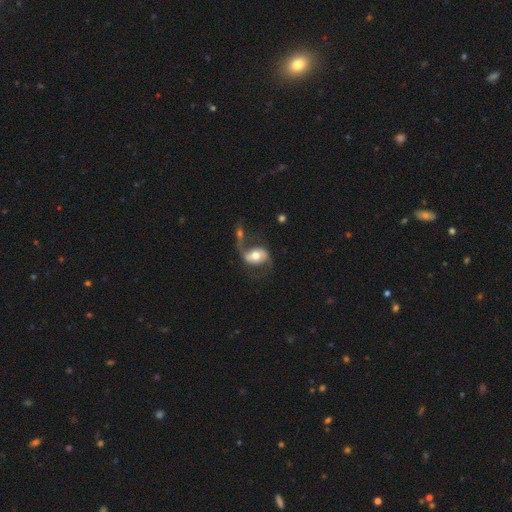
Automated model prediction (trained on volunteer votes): A featured or disk galaxy (76%) with no bar (49%), 2 (86%) loose (64%) spiral arms (89%) and a moderate central bulge (66%).

Vote fractions:
- Smooth or featured? featured or disk: 76% / smooth: 18% / star or artifact: 6%
- Edge-on disk? no: 96% / yes: 4%
- Bar? no: 49% / weak: 33% / strong: 18%
- Spiral arms? yes: 89% / no: 11%
- Spiral winding? loose: 64% / medium: 29% / tight: 7%
- Spiral arm count? 2: 86% / 1: 8% / can't tell: 3% / 3: 1% / 4: 1% / more than 4: 1%
- Bulge size? moderate: 66% / large: 19% / small: 11% / dominant: 2% / none: 1%
- Merging? none: 44% / major disturbance: 23% / merger: 19% / minor disturbance: 15%